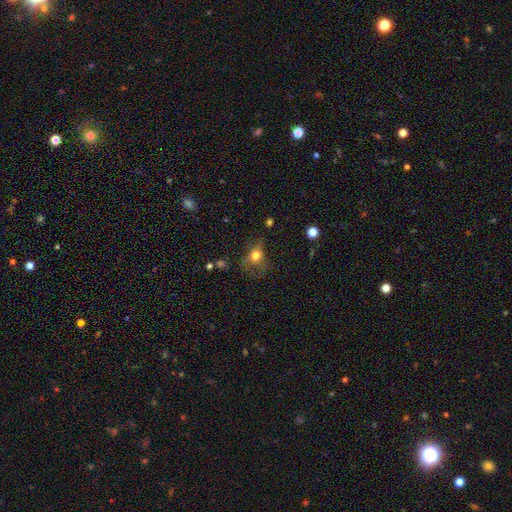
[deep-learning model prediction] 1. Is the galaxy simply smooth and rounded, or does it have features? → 64% smooth, 21% featured or disk, 15% star or artifact.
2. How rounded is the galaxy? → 50% round, 48% in between, 3% cigar-shaped.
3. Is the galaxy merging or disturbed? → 37% none, 34% major disturbance, 25% minor disturbance, 3% merger.